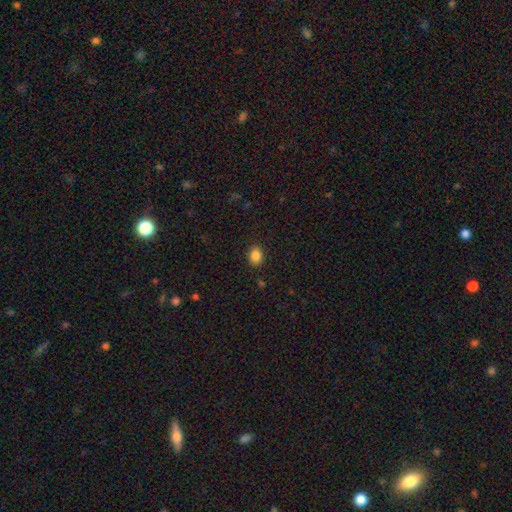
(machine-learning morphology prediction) Smooth or featured?
  - smooth: 87% *
  - star or artifact: 10%
  - featured or disk: 3%
How rounded?
  - in between: 63% *
  - round: 36%
  - cigar-shaped: 1%
Merging?
  - none: 89% *
  - minor disturbance: 8%
  - major disturbance: 2%
  - merger: 1%